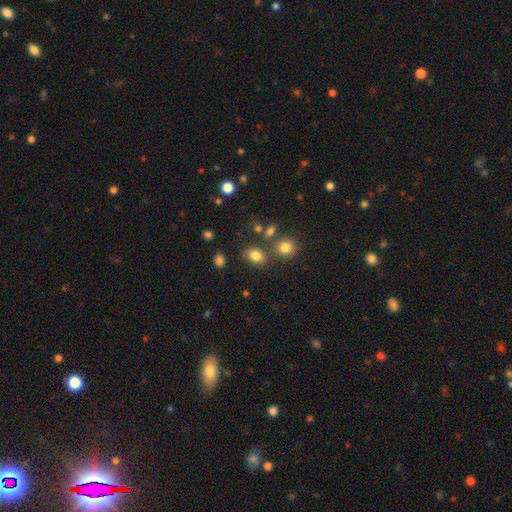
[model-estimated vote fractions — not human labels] Smooth or featured? Predicted: smooth (p=0.81). How rounded? Predicted: in between (p=0.65). Merging? Predicted: none (p=0.72).